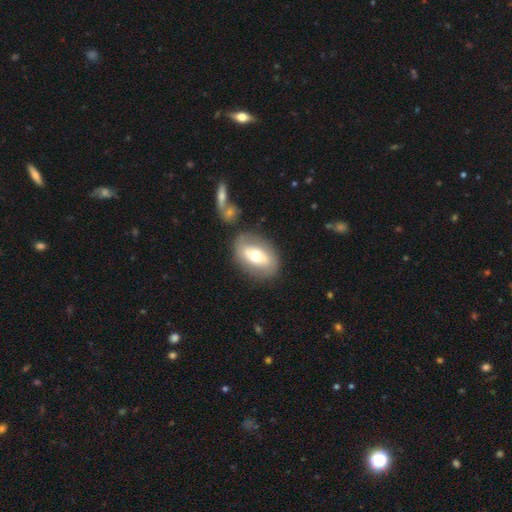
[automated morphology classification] smooth_or_featured: smooth (p=0.53) [alt: featured or disk p=0.40]
how_rounded: in between (p=0.83) [alt: round p=0.15]
merging: none (p=0.77) [alt: minor disturbance p=0.13]